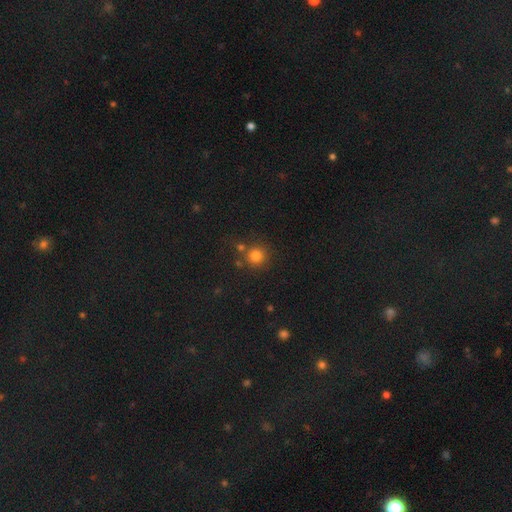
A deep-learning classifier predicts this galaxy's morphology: smooth 79%, star or artifact 14%, featured or disk 6%. Down the decision tree: how rounded — round (92%); merging — none (73%).